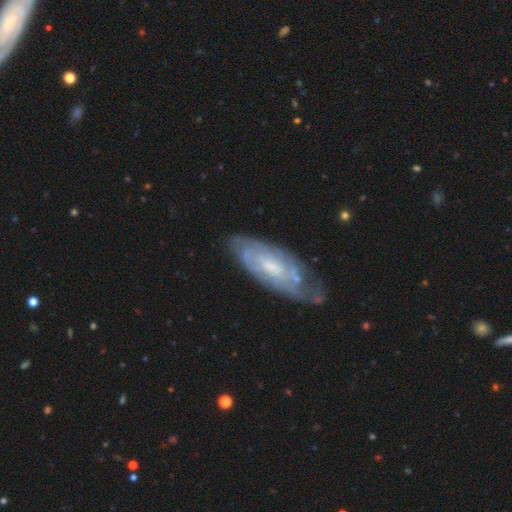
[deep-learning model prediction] Overall: featured or disk (74%). Edge-on disk: no (85%). Bar: no (57%; weak 35%). Spiral arms: yes (87%). Spiral arm count: can't tell (57%; 2 22%). Spiral winding: tight (68%). Bulge size: small (45%; moderate 44%). Merging: none (76%).